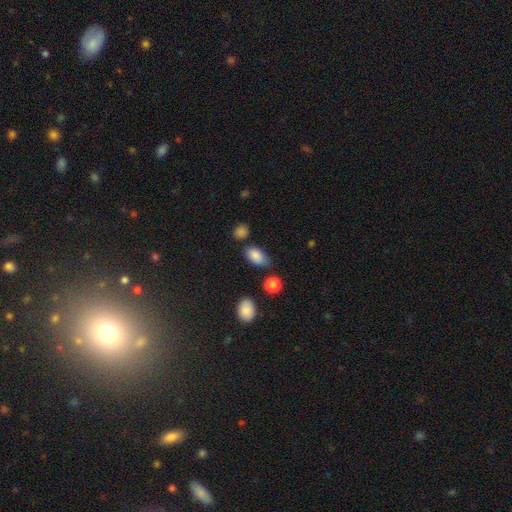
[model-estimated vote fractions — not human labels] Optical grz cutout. It shows a smooth galaxy with no disk features (86%) that is in between round and cigar-shaped (91%). Merging: none (65%).